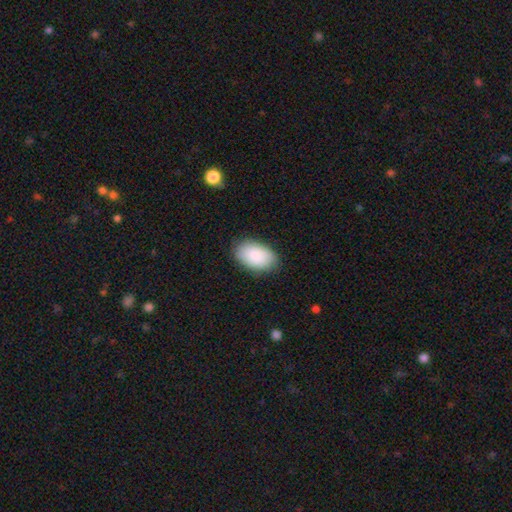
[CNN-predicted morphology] This appears to be a smooth galaxy with no disk features (89%) that is in between round and cigar-shaped (93%). Merging: none (85%).